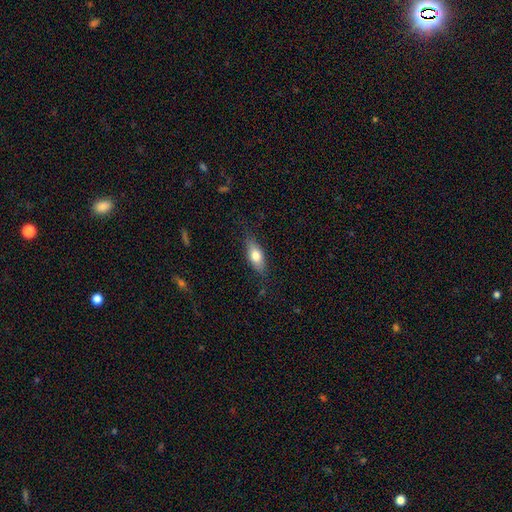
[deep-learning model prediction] smooth_or_featured: smooth (p=0.72) [alt: featured or disk p=0.22]
how_rounded: in between (p=0.77) [alt: cigar-shaped p=0.19]
merging: none (p=0.78) [alt: minor disturbance p=0.17]